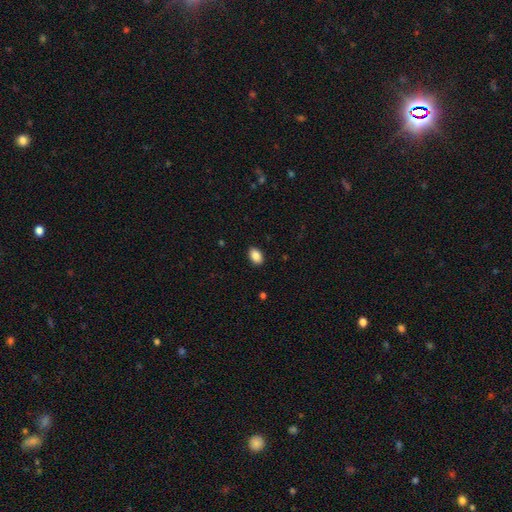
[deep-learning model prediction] The model was most divided on "how rounded": in between: 88%, round: 11%, cigar-shaped: 1%. More confident: merging — none (90%); smooth or featured — smooth (88%).